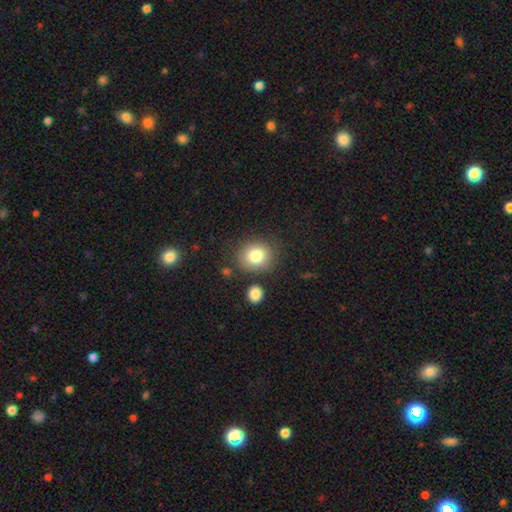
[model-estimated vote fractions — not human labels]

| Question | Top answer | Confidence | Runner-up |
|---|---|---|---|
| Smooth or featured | smooth | 82% | star or artifact (10%) |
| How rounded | round | 73% | in between (27%) |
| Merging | none | 80% | minor disturbance (11%) |